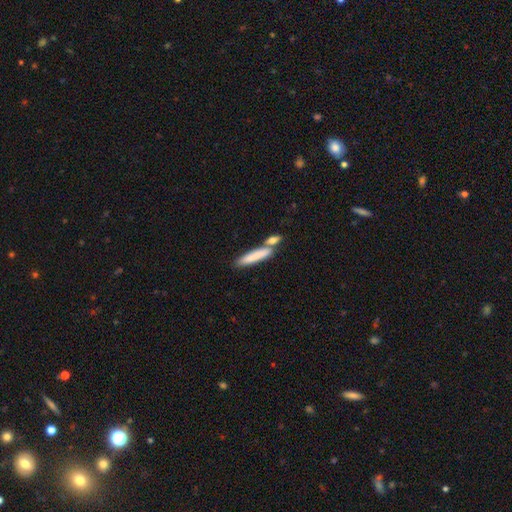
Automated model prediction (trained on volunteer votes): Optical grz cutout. It shows a smooth galaxy with no disk features (76%) that is cigar-shaped (86%). Merging: none (57%).